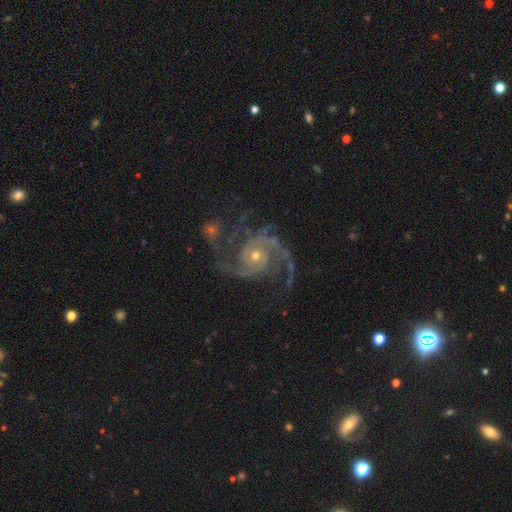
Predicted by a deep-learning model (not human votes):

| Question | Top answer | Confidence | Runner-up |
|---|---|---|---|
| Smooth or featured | featured or disk | 92% | star or artifact (5%) |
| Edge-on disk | no | 98% | yes (2%) |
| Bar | no | 74% | weak (20%) |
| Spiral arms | yes | 98% | no (2%) |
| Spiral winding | medium | 56% | tight (29%) |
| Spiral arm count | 2 | 69% | 3 (17%) |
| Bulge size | small | 54% | moderate (43%) |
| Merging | none | 65% | minor disturbance (18%) |